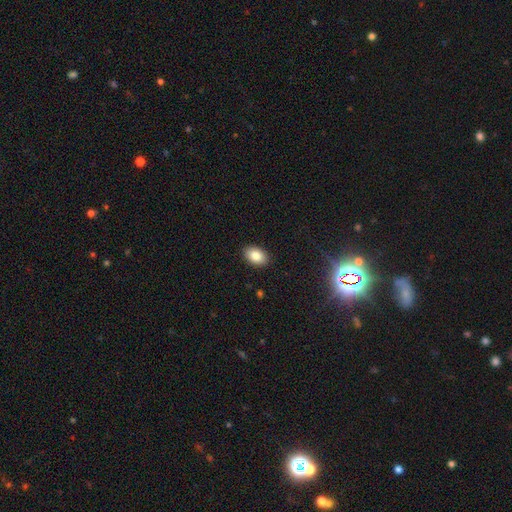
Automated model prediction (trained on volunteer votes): Q: Smooth or featured?
A: smooth (85%); runner-up: star or artifact (8%)
Q: How rounded?
A: in between (89%); runner-up: round (10%)
Q: Merging?
A: none (89%); runner-up: minor disturbance (8%)